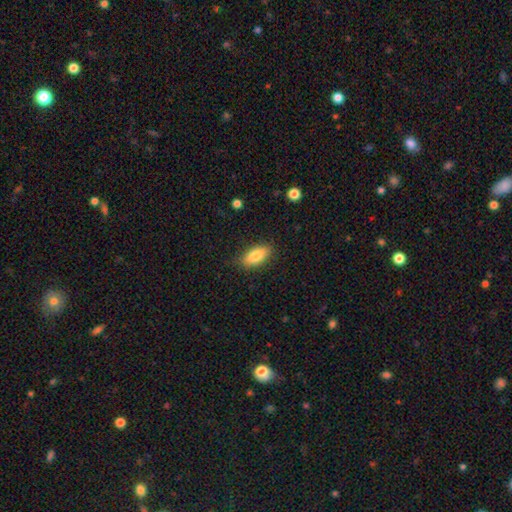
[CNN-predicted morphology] smooth_or_featured: smooth (p=0.82) [alt: featured or disk p=0.11]
how_rounded: in between (p=0.85) [alt: cigar-shaped p=0.12]
merging: none (p=0.83) [alt: minor disturbance p=0.13]